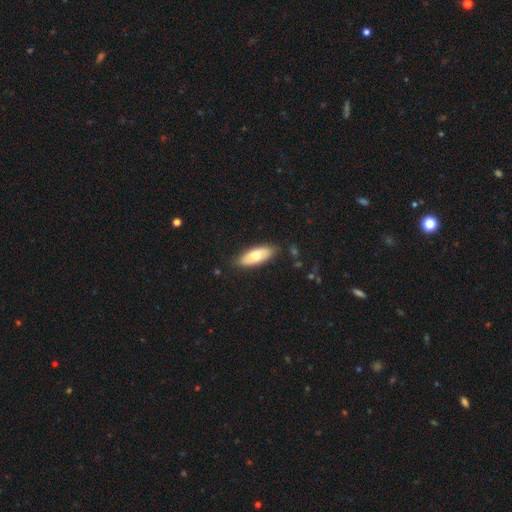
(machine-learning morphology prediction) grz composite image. It shows a smooth galaxy with no disk features (67%) that is in between round and cigar-shaped (77%). Merging: none (85%).